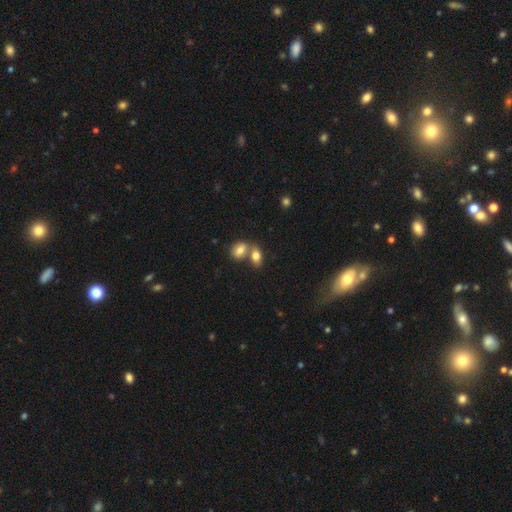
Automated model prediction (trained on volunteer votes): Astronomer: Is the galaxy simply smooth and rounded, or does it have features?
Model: smooth — 80%.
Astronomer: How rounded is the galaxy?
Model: in between — 85%.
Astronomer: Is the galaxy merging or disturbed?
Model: merger — 50% (runner-up: none, 39%).